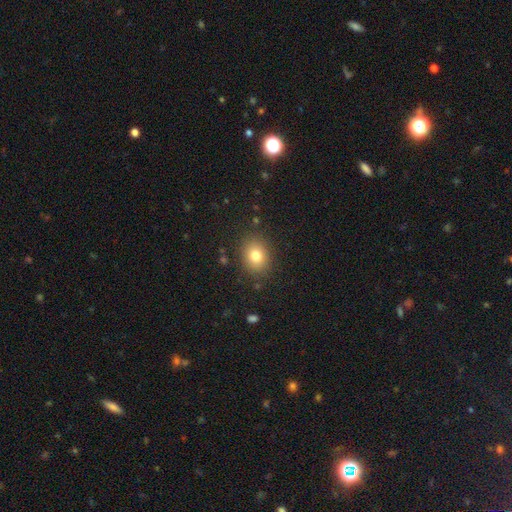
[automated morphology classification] Q: Smooth or featured?
A: smooth (80%); runner-up: star or artifact (11%)
Q: How rounded?
A: round (52%); runner-up: in between (47%)
Q: Merging?
A: none (86%); runner-up: minor disturbance (9%)